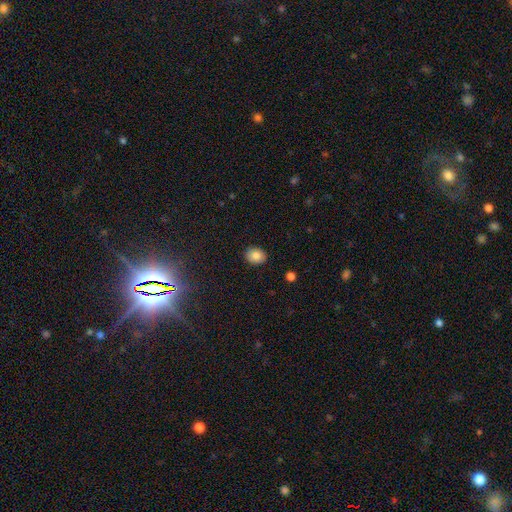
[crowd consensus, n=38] smooth_or_featured: smooth (p=0.89) [alt: featured or disk p=0.05]
how_rounded: in between (p=0.74) [alt: round p=0.26]
merging: none (p=0.97) [alt: minor disturbance p=0.03]